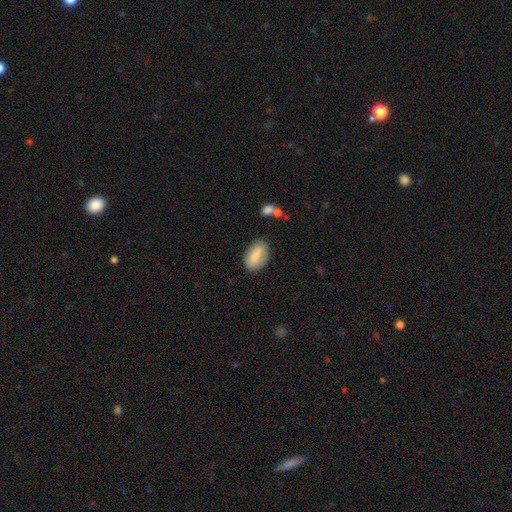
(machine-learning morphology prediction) smooth-or-featured: smooth: 82% | featured or disk: 11% | star or artifact: 7%
  how-rounded: in between: 92% | round: 6% | cigar-shaped: 2%
  merging: none: 75% | minor disturbance: 18% | major disturbance: 4% | merger: 3%